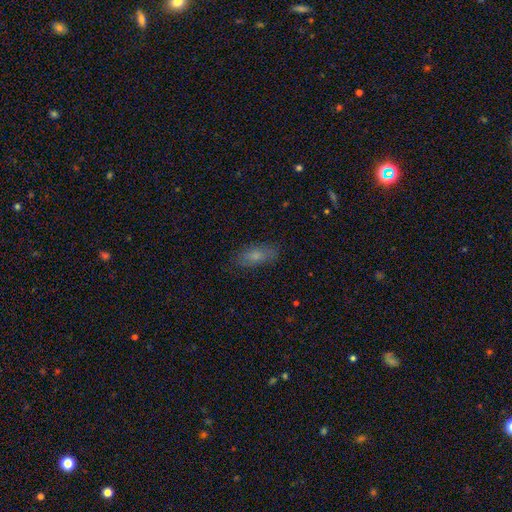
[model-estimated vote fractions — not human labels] Q: Smooth or featured?
A: smooth (74%); runner-up: featured or disk (16%)
Q: How rounded?
A: in between (74%); runner-up: cigar-shaped (23%)
Q: Merging?
A: none (80%); runner-up: minor disturbance (15%)